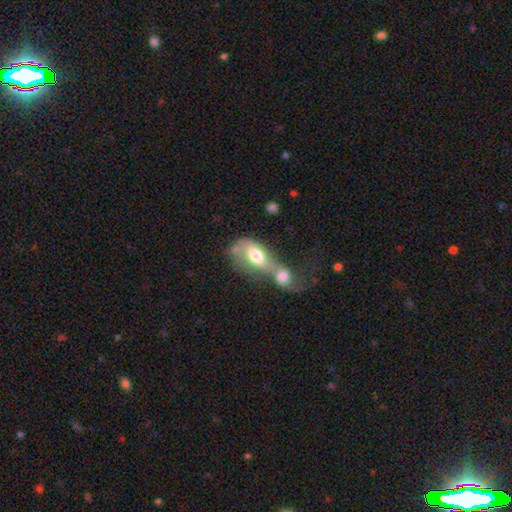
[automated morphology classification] Q: Smooth or featured?
A: smooth (61%); runner-up: featured or disk (32%)
Q: How rounded?
A: in between (83%); runner-up: round (12%)
Q: Merging?
A: merger (78%); runner-up: none (9%)